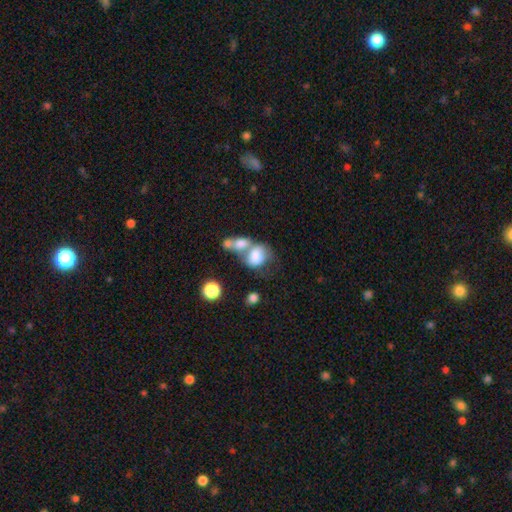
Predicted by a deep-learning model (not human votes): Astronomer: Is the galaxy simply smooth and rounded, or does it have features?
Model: smooth — 68%.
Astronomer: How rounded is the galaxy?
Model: in between — 62%.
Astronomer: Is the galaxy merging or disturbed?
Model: merger — 65%.